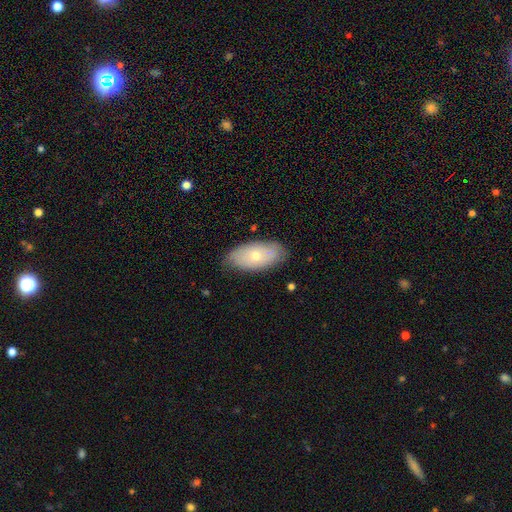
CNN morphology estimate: Smooth or featured?
  - smooth: 61% *
  - featured or disk: 33%
  - star or artifact: 7%
How rounded?
  - in between: 93% *
  - round: 4%
  - cigar-shaped: 3%
Merging?
  - none: 78% *
  - minor disturbance: 17%
  - major disturbance: 3%
  - merger: 1%